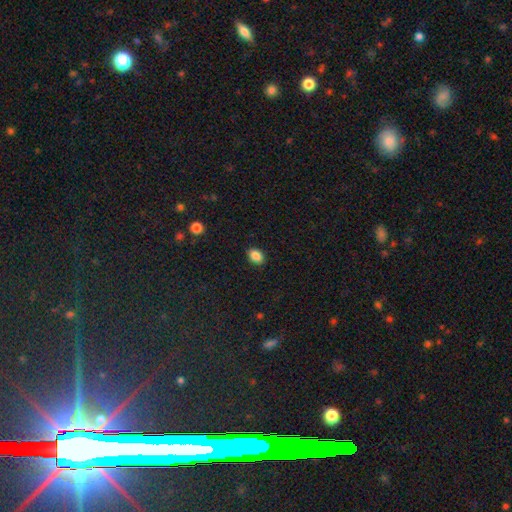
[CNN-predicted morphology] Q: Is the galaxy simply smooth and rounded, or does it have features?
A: smooth — 87%.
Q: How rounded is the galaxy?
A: in between — 79%.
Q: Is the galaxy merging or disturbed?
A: none — 89%.